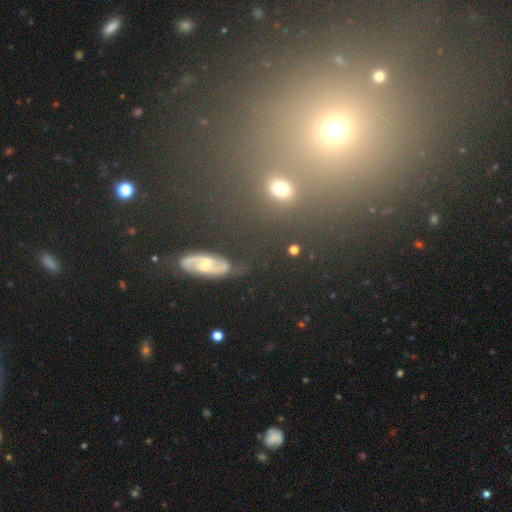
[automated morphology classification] A star or artifact, not a galaxy (43%).